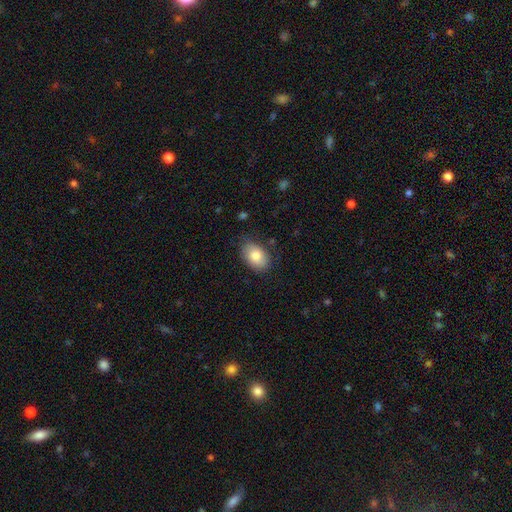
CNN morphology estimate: Smooth or featured?
  - smooth: 81% *
  - featured or disk: 12%
  - star or artifact: 7%
How rounded?
  - in between: 85% *
  - round: 14%
  - cigar-shaped: 1%
Merging?
  - none: 79% *
  - minor disturbance: 16%
  - major disturbance: 3%
  - merger: 1%